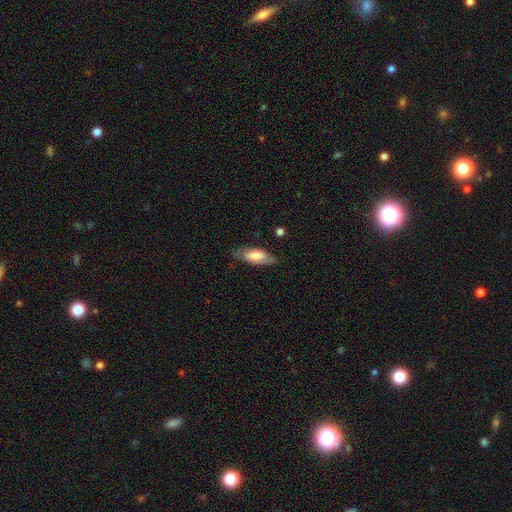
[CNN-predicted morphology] A smooth galaxy with no disk features (66%) that is in between round and cigar-shaped (76%).

Vote fractions:
- Smooth or featured? smooth: 66% / featured or disk: 27% / star or artifact: 6%
- How rounded? in between: 76% / cigar-shaped: 22% / round: 2%
- Merging? none: 70% / minor disturbance: 22% / major disturbance: 6% / merger: 2%